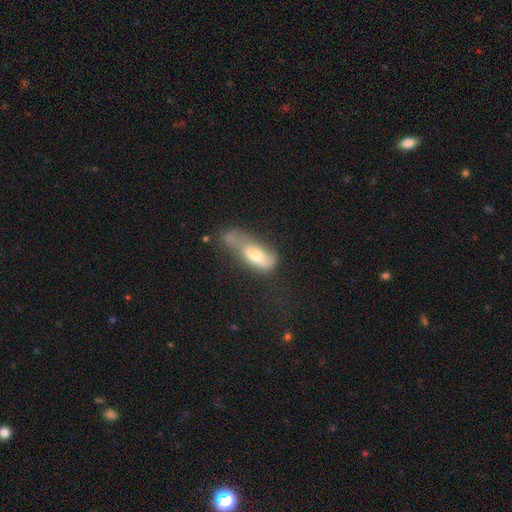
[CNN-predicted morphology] smooth 59%, featured or disk 33%, star or artifact 8%. Down the decision tree: how rounded — in between (67%); merging — major disturbance (31%).